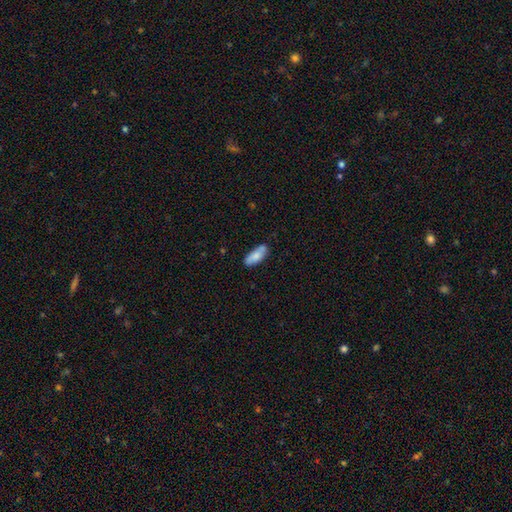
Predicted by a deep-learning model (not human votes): Morphology: type=smooth (79%); roundness=in between (74%); merging=none (73%).